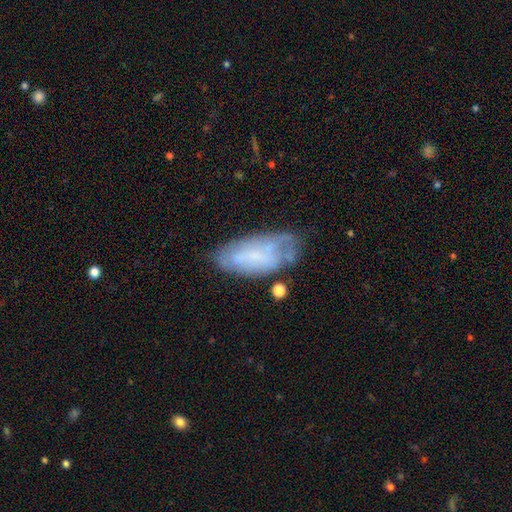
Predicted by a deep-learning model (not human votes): smooth 48%, featured or disk 43%, star or artifact 9%. Down the decision tree: merging — none (46%).